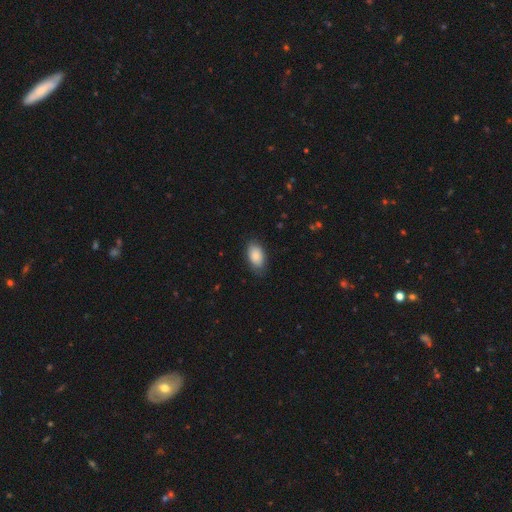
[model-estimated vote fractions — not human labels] Q: Smooth or featured?
A: smooth (87%); runner-up: featured or disk (7%)
Q: How rounded?
A: in between (93%); runner-up: round (5%)
Q: Merging?
A: none (78%); runner-up: minor disturbance (17%)